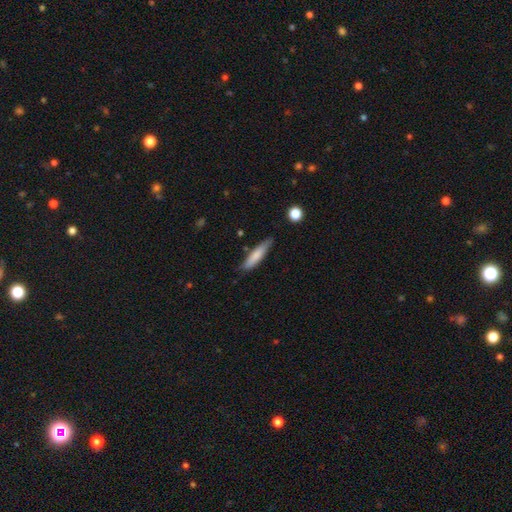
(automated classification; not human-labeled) Smooth or featured? smooth (75%)
How rounded? cigar-shaped (81%)
Merging? none (75%)